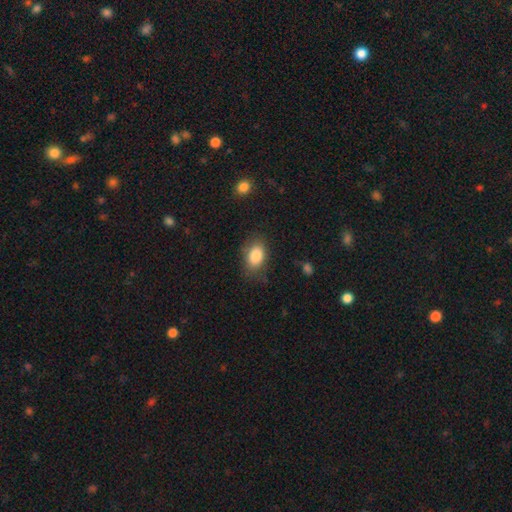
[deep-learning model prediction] smooth-or-featured: smooth: 85% | star or artifact: 8% | featured or disk: 8%
  how-rounded: in between: 84% | round: 14% | cigar-shaped: 1%
  merging: none: 77% | minor disturbance: 17% | major disturbance: 5% | merger: 2%